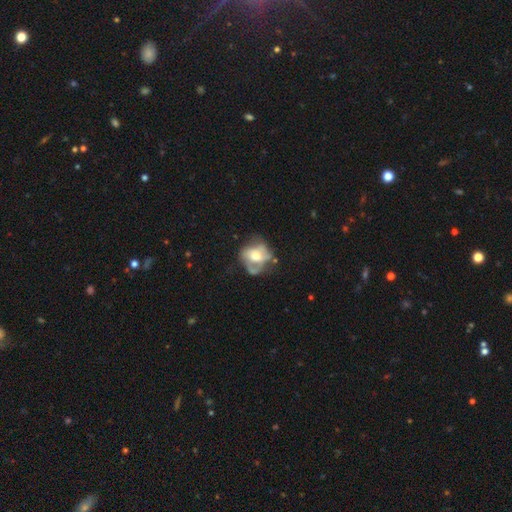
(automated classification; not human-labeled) Overall: featured or disk (48%; smooth 43%). Merging: none (38%; major disturbance 28%).